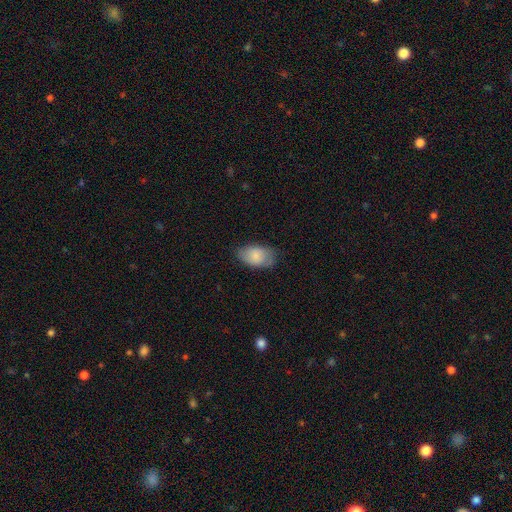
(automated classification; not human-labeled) smooth_or_featured: smooth (p=0.82) [alt: featured or disk p=0.11]
how_rounded: in between (p=0.92) [alt: round p=0.07]
merging: none (p=0.71) [alt: minor disturbance p=0.23]